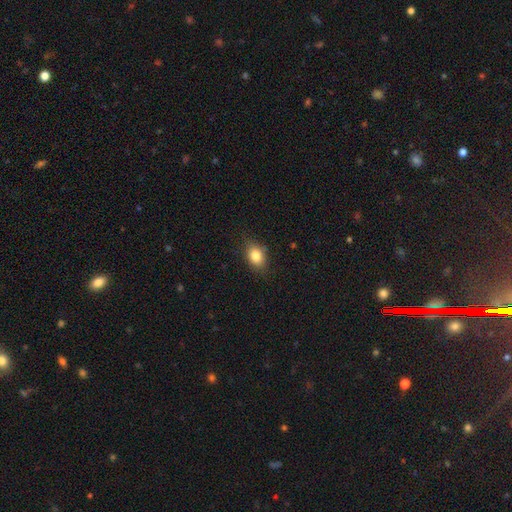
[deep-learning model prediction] smooth 83%, star or artifact 9%, featured or disk 8%. Down the decision tree: how rounded — in between (72%); merging — none (80%).